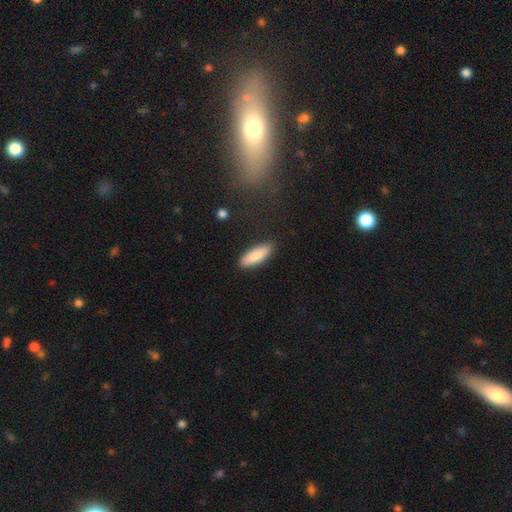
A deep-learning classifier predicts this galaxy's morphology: smooth 88%, featured or disk 7%, star or artifact 5%. Down the decision tree: how rounded — in between (55%); merging — none (88%).